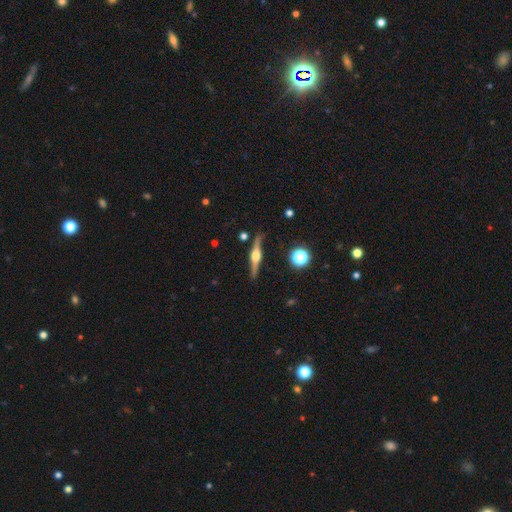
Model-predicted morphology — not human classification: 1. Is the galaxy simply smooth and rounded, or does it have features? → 80% featured or disk, 14% smooth, 6% star or artifact.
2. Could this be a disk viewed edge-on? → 97% yes, 3% no.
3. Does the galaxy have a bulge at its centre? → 93% rounded, 5% boxy, 2% none.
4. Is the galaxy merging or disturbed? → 85% none, 11% minor disturbance, 3% major disturbance, 2% merger.